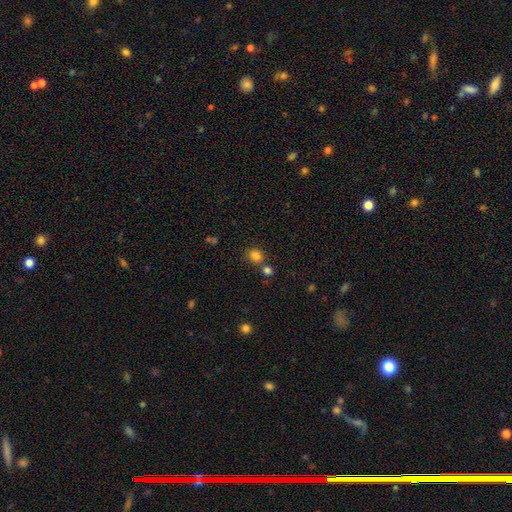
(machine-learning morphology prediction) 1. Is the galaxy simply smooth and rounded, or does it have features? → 81% smooth, 14% star or artifact, 5% featured or disk.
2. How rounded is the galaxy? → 68% round, 31% in between, 1% cigar-shaped.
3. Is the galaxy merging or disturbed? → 65% none, 21% merger, 11% minor disturbance, 4% major disturbance.